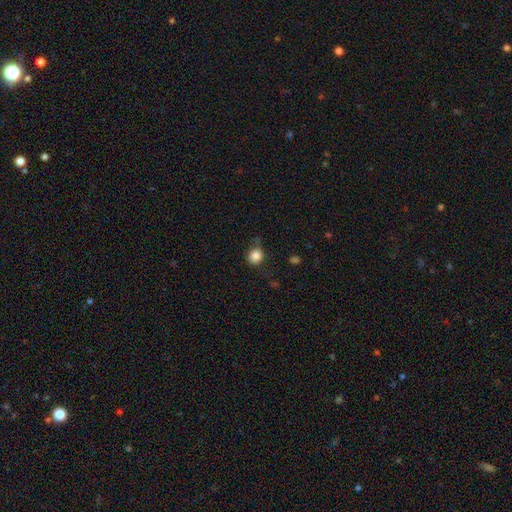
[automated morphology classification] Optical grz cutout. It shows a smooth galaxy with no disk features (83%) that is round (80%). Merging: none (61%).